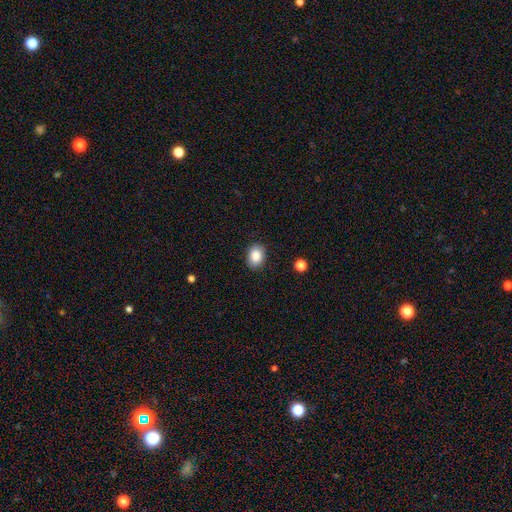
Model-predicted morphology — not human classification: Q: Smooth or featured?
A: smooth (86%); runner-up: star or artifact (8%)
Q: How rounded?
A: in between (71%); runner-up: round (28%)
Q: Merging?
A: none (88%); runner-up: minor disturbance (9%)